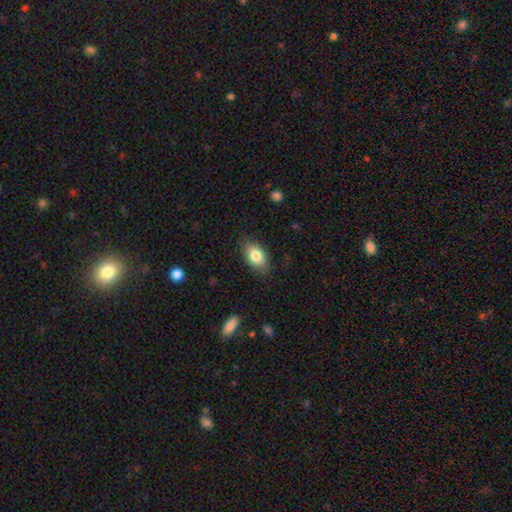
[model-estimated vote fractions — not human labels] Smooth or featured? Predicted: smooth (p=0.82). How rounded? Predicted: in between (p=0.92). Merging? Predicted: none (p=0.83).